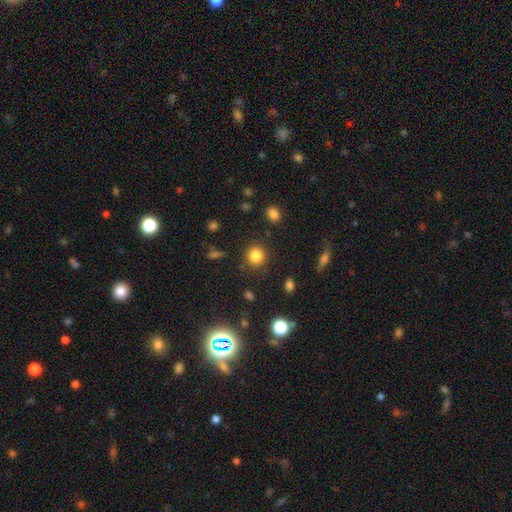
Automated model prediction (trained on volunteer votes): Morphology: type=smooth (83%); roundness=round (90%); merging=none (87%).